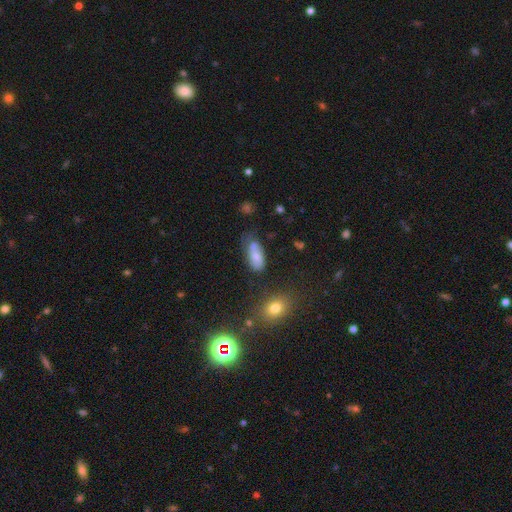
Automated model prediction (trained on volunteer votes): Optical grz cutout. It shows a smooth galaxy with no disk features (68%) that is in between round and cigar-shaped (88%). Merging: none (46%).